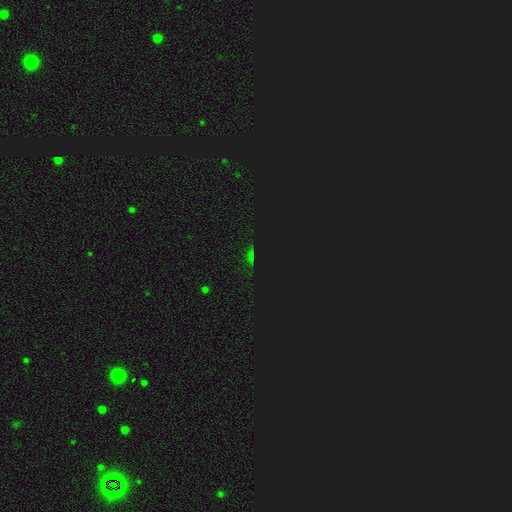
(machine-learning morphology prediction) smooth_or_featured: star or artifact (p=0.68) [alt: smooth p=0.22]